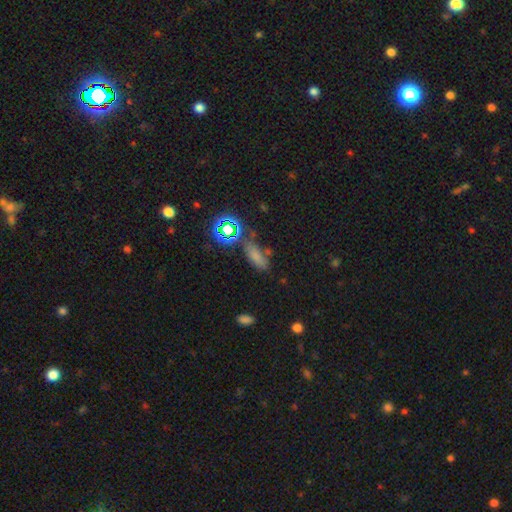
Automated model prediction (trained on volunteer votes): Smooth or featured? Predicted: smooth (p=0.62). How rounded? Predicted: in between (p=0.69). Merging? Predicted: none (p=0.61).